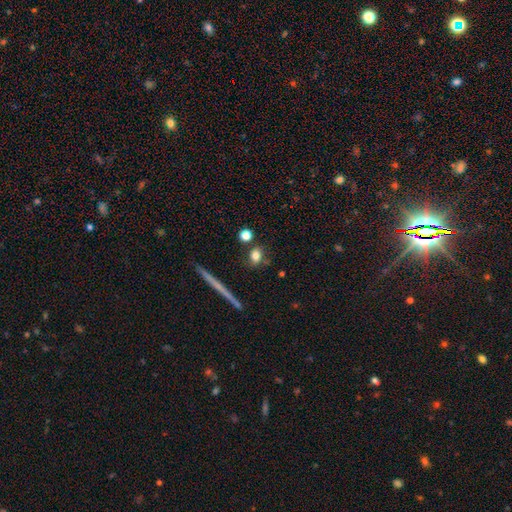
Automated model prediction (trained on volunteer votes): Smooth or featured? Predicted: smooth (p=0.77). How rounded? Predicted: in between (p=0.49). Merging? Predicted: none (p=0.75).